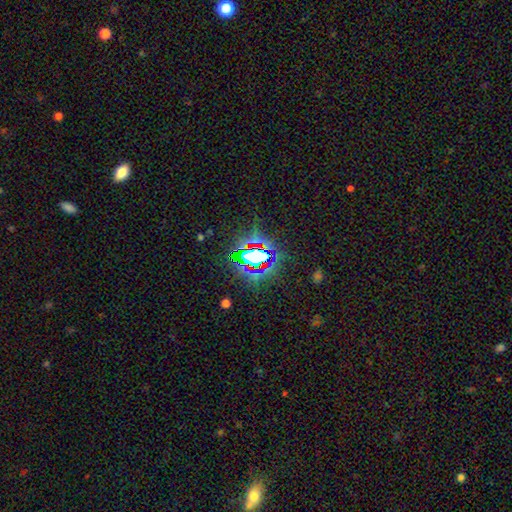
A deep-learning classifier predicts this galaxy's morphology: Overall: star or artifact (70%).